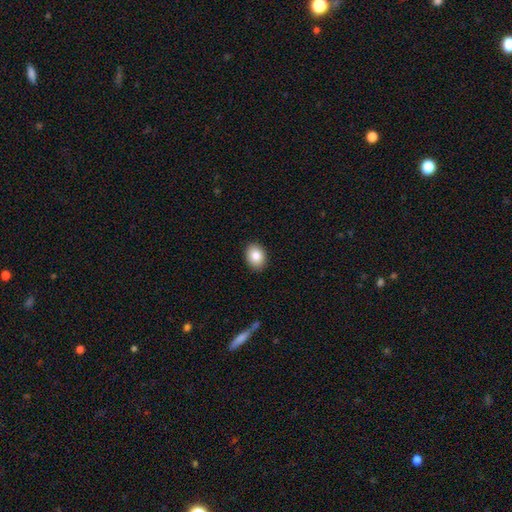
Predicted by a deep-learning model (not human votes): smooth-or-featured: smooth: 86% | star or artifact: 8% | featured or disk: 6%
  how-rounded: in between: 69% | round: 30% | cigar-shaped: 1%
  merging: none: 90% | minor disturbance: 8% | major disturbance: 2% | merger: 1%